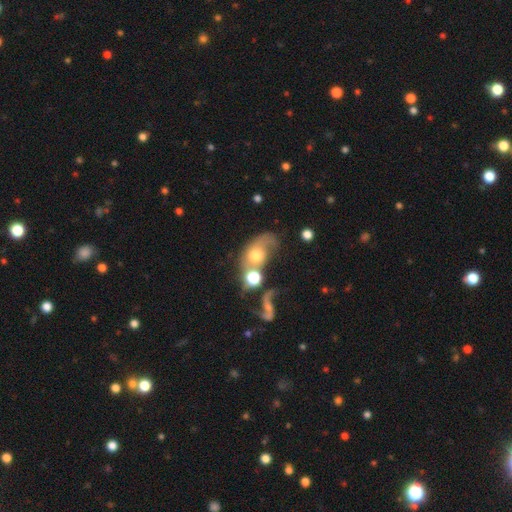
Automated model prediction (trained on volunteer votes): Overall: smooth (44%; featured or disk 43%). Merging: merger (40%; major disturbance 23%).